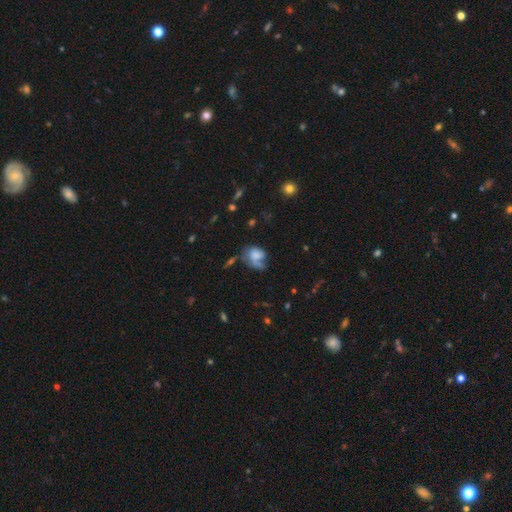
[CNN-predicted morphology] Smooth or featured: smooth — 55% (featured or disk — 34%)
How rounded: in between — 66% (round — 32%)
Merging: major disturbance — 32% (none — 30%)